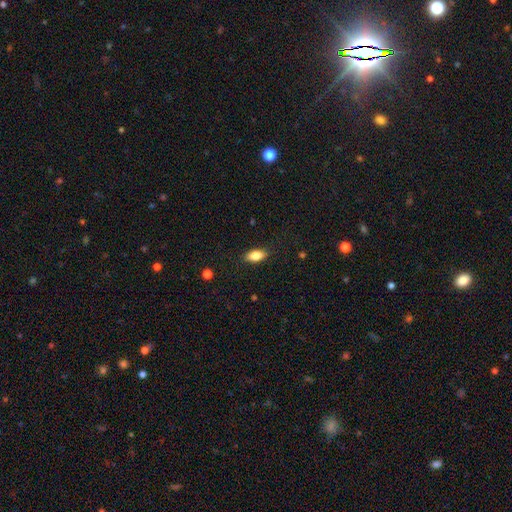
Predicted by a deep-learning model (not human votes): smooth_or_featured: smooth (p=0.81) [alt: featured or disk p=0.12]
how_rounded: in between (p=0.86) [alt: cigar-shaped p=0.10]
merging: none (p=0.86) [alt: minor disturbance p=0.11]